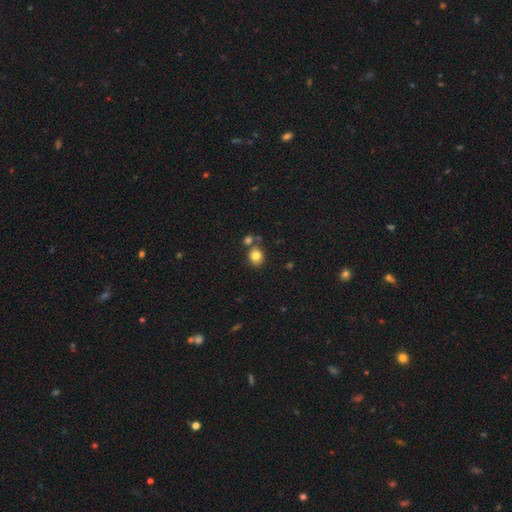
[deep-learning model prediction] Morphology: type=smooth (82%); roundness=round (74%); merging=none (69%).